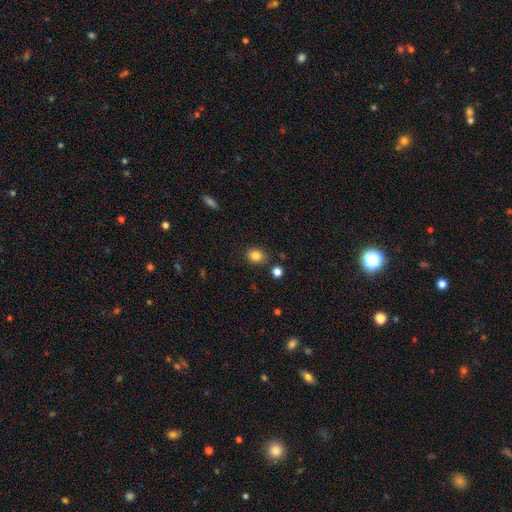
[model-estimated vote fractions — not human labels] A smooth galaxy with no disk features (83%) that is round (65%). Merging: none (83%).